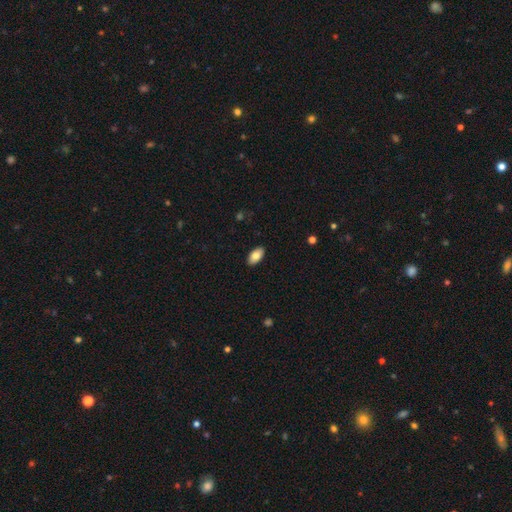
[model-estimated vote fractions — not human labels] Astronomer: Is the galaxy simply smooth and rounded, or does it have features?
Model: smooth — 82%.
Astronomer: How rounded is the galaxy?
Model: in between — 94%.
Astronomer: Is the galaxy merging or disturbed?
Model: none — 90%.